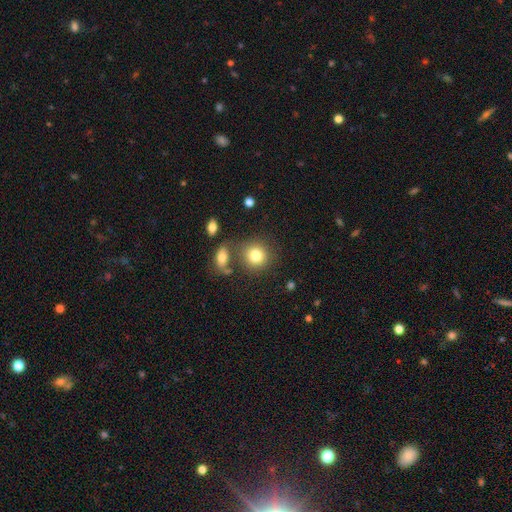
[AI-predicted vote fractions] smooth_or_featured: smooth (p=0.81) [alt: star or artifact p=0.10]
how_rounded: round (p=0.84) [alt: in between p=0.15]
merging: none (p=0.71) [alt: merger p=0.13]